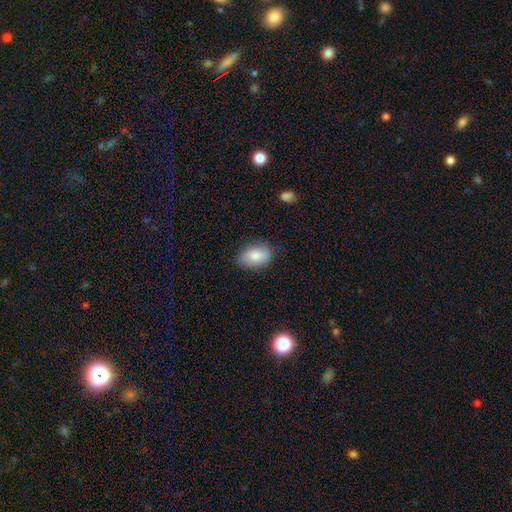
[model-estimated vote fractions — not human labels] Q: Smooth or featured?
A: smooth (81%); runner-up: featured or disk (12%)
Q: How rounded?
A: in between (88%); runner-up: round (10%)
Q: Merging?
A: none (81%); runner-up: minor disturbance (15%)